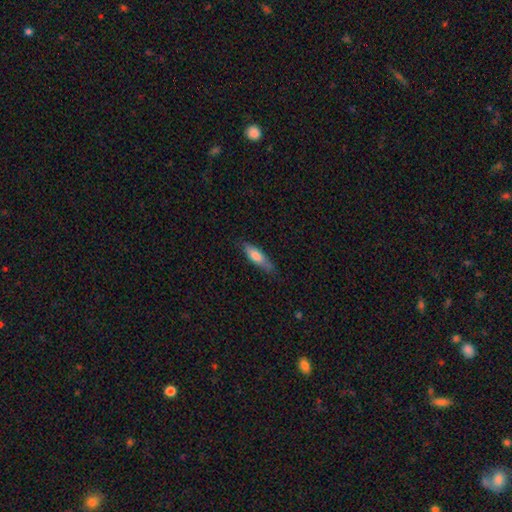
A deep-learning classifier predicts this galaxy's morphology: type=smooth (74%); roundness=cigar-shaped (56%); merging=none (75%).